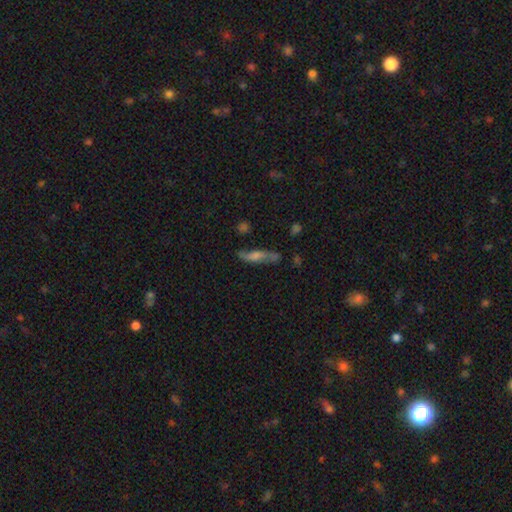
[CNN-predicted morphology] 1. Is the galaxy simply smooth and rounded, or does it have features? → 53% featured or disk, 37% smooth, 9% star or artifact.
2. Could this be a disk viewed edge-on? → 57% yes, 43% no.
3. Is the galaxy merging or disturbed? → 71% none, 18% minor disturbance, 6% major disturbance, 4% merger.